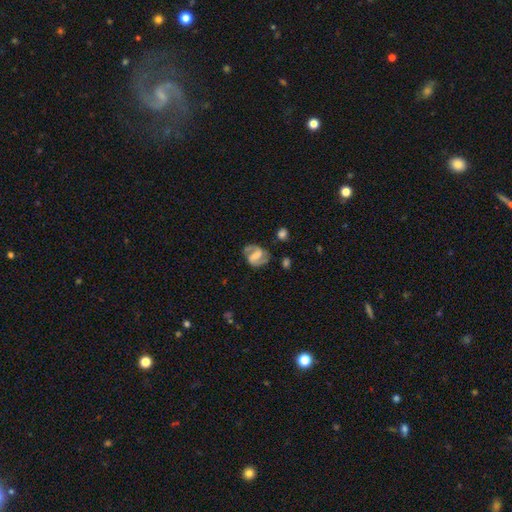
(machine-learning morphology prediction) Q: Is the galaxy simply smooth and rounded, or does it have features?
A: featured or disk — 81%.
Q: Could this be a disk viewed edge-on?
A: no — 98%.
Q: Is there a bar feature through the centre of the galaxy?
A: strong — 42%, tied with weak.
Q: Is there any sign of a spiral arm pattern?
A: yes — 94%.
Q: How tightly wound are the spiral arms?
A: medium — 52%.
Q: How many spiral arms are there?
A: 2 — 90%.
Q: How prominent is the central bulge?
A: small — 37%.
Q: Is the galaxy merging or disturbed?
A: none — 72%.